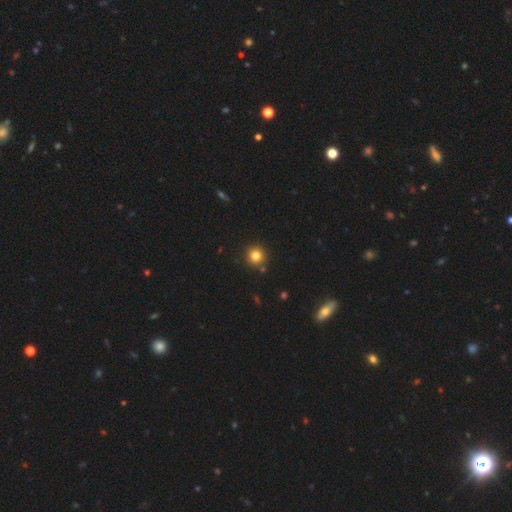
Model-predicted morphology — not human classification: This is clearly a smooth galaxy (81%). How rounded: clearly round (95%). Merging: clearly none (88%).